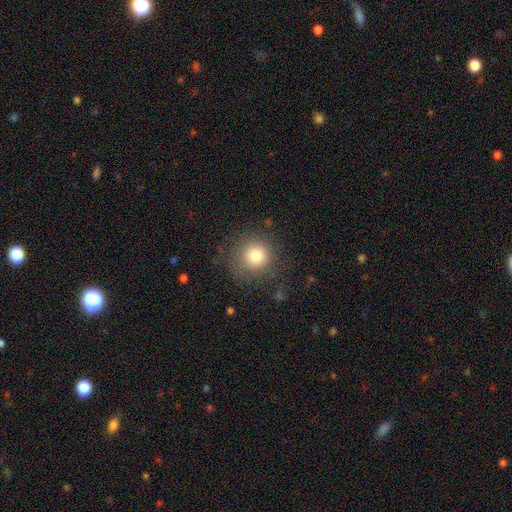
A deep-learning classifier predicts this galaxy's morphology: smooth_or_featured: smooth (p=0.80) [alt: star or artifact p=0.12]
how_rounded: round (p=0.93) [alt: in between p=0.06]
merging: none (p=0.82) [alt: minor disturbance p=0.11]